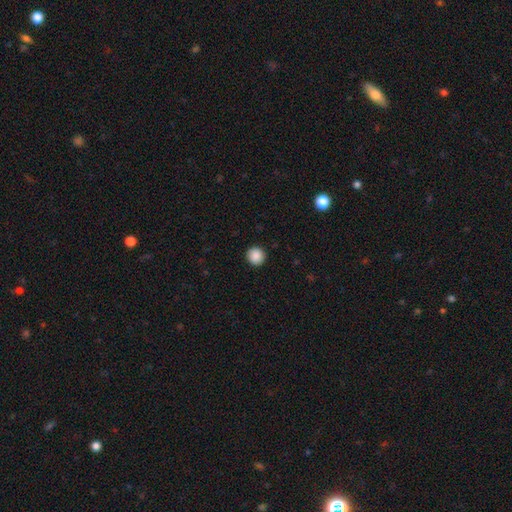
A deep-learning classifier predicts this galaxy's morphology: A smooth galaxy with no disk features (89%) that is round (95%). Merging: none (93%).